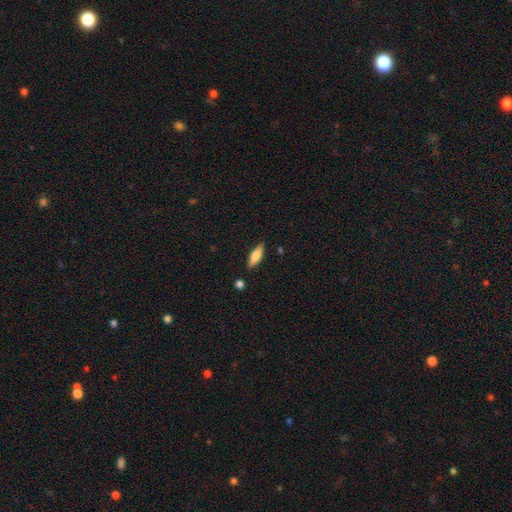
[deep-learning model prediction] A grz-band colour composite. It shows a smooth galaxy with no disk features (73%) that is in between round and cigar-shaped (56%). Merging: none (85%).